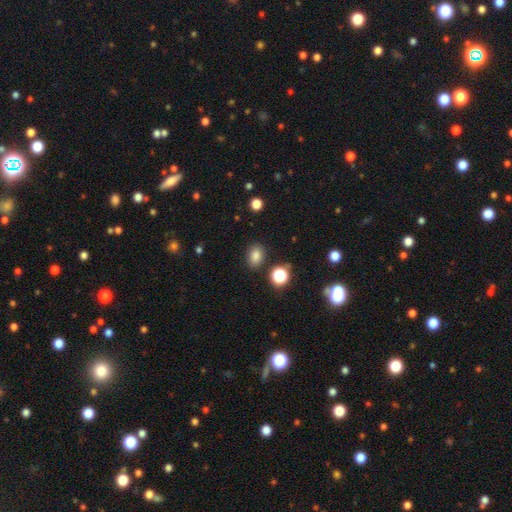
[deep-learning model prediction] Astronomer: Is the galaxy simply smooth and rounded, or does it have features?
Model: smooth — 82%.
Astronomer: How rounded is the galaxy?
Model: in between — 69%.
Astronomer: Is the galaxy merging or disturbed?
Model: none — 84%.